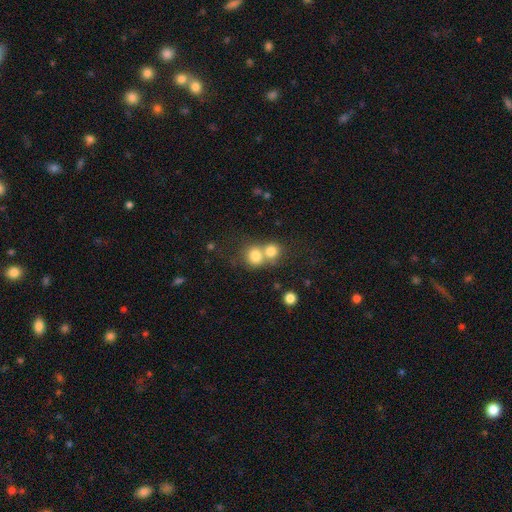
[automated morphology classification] A smooth galaxy with no disk features (77%) that is round (77%).

Vote fractions:
- Smooth or featured? smooth: 77% / featured or disk: 11% / star or artifact: 11%
- How rounded? round: 77% / in between: 22% / cigar-shaped: 1%
- Merging? merger: 59% / none: 32% / minor disturbance: 6% / major disturbance: 3%